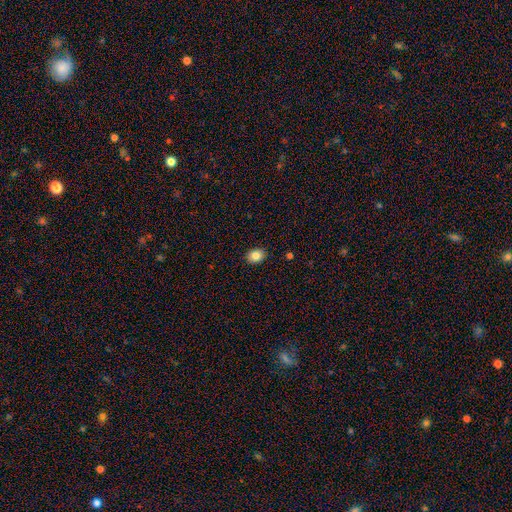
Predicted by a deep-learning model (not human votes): smooth-or-featured: smooth: 85% | star or artifact: 9% | featured or disk: 6%
  how-rounded: in between: 57% | round: 43% | cigar-shaped: 1%
  merging: none: 91% | minor disturbance: 7% | major disturbance: 2% | merger: 1%